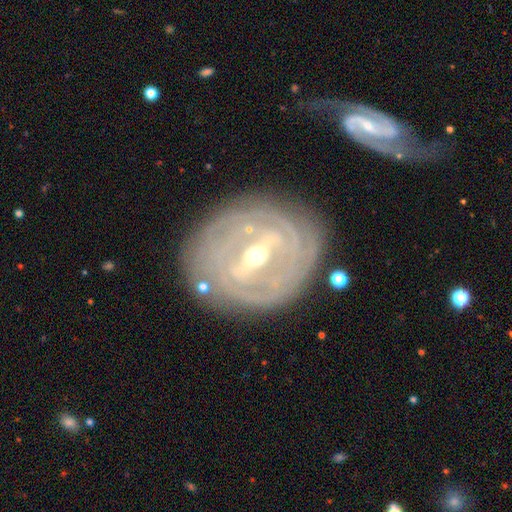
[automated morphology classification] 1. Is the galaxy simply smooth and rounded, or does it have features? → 86% featured or disk, 8% smooth, 6% star or artifact.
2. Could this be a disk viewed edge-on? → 93% no, 7% yes.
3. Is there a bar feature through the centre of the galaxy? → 65% strong, 28% weak, 7% no.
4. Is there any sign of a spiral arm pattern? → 89% yes, 11% no.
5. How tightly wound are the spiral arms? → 78% tight, 17% medium, 5% loose.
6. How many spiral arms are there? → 39% can't tell, 22% 2, 13% 3, 12% 4, 8% more than 4, 5% 1.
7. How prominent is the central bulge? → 54% moderate, 42% small, 2% large, 1% none, 1% dominant.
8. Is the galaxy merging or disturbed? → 72% none, 15% minor disturbance, 7% major disturbance, 7% merger.